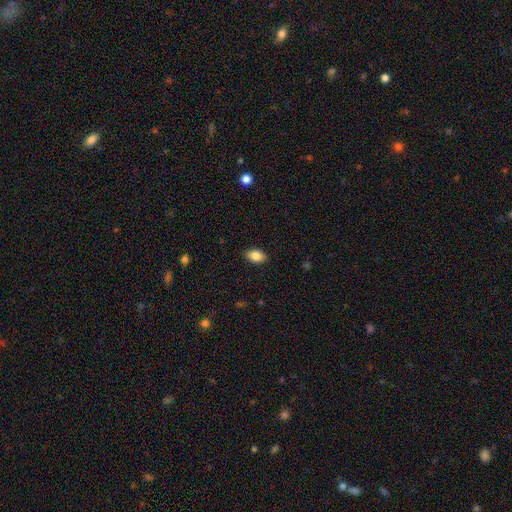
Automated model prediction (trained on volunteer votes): Q: Smooth or featured?
A: smooth (86%); runner-up: star or artifact (8%)
Q: How rounded?
A: in between (88%); runner-up: round (10%)
Q: Merging?
A: none (87%); runner-up: minor disturbance (10%)